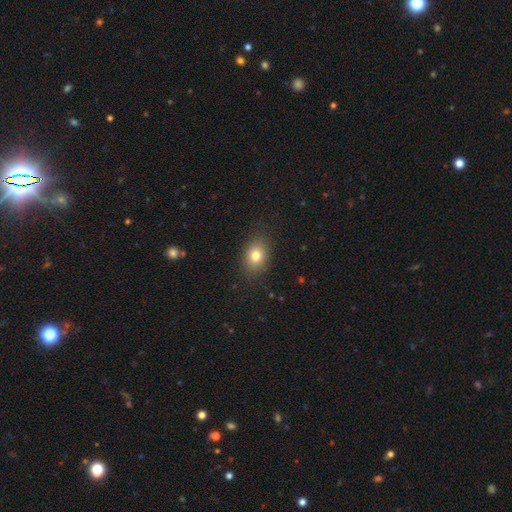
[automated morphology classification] Smooth or featured?
  - smooth: 78% *
  - star or artifact: 11%
  - featured or disk: 11%
How rounded?
  - in between: 64% *
  - round: 34%
  - cigar-shaped: 1%
Merging?
  - none: 86% *
  - minor disturbance: 10%
  - major disturbance: 3%
  - merger: 1%